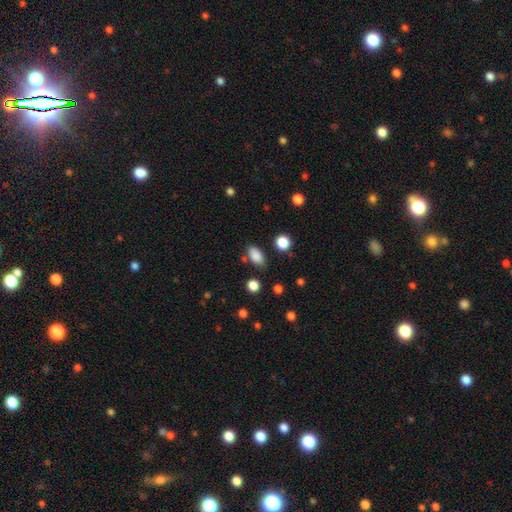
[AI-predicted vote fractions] The model was most divided on "merging": none: 78%, minor disturbance: 13%, merger: 5%, major disturbance: 4%. More confident: how rounded — in between (89%); smooth or featured — smooth (85%).